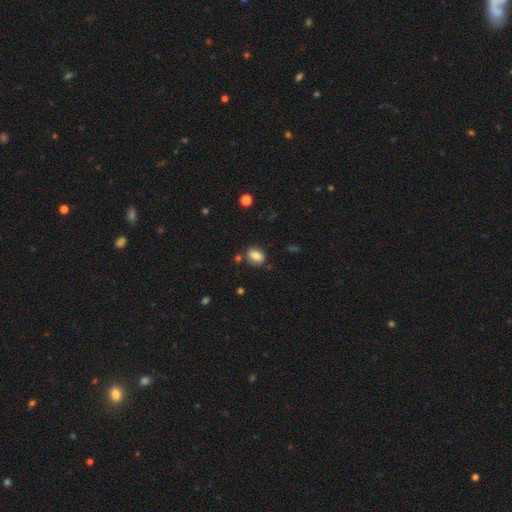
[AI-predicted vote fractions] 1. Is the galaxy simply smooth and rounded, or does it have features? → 79% smooth, 12% featured or disk, 10% star or artifact.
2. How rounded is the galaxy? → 64% in between, 35% round, 1% cigar-shaped.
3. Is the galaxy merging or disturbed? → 78% none, 12% minor disturbance, 7% merger, 3% major disturbance.